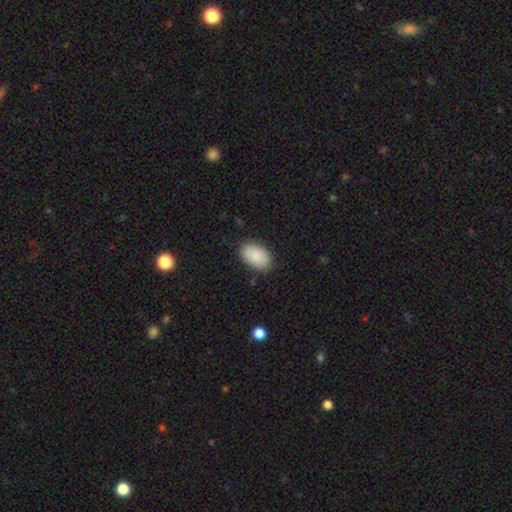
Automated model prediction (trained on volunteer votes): Q: Smooth or featured?
A: smooth (88%); runner-up: star or artifact (6%)
Q: How rounded?
A: in between (92%); runner-up: round (7%)
Q: Merging?
A: none (83%); runner-up: minor disturbance (13%)